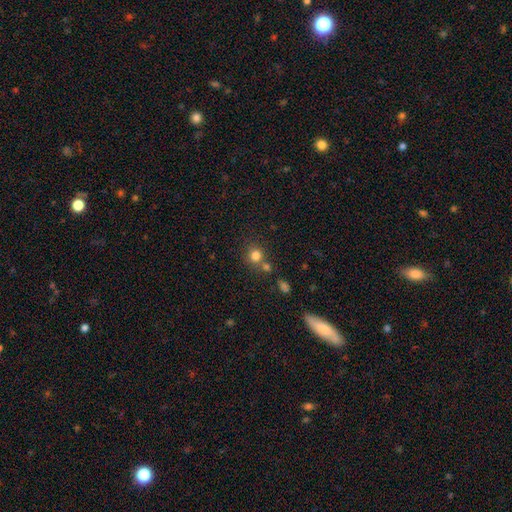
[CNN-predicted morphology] A smooth galaxy with no disk features (80%) that is round (87%).

Vote fractions:
- Smooth or featured? smooth: 80% / star or artifact: 13% / featured or disk: 7%
- How rounded? round: 87% / in between: 12% / cigar-shaped: 1%
- Merging? none: 61% / merger: 27% / minor disturbance: 9% / major disturbance: 4%